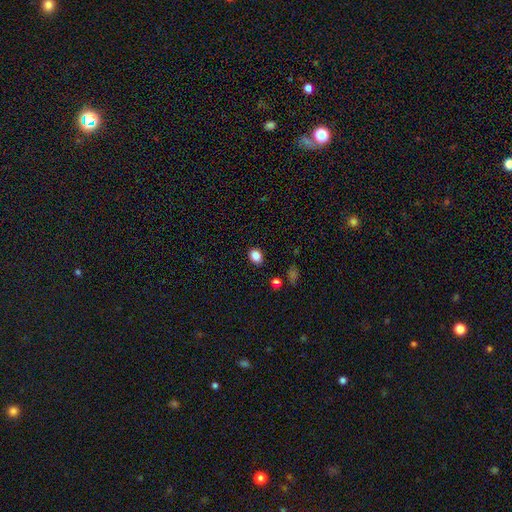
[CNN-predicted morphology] The model was most divided on "how rounded": round: 51%, in between: 48%, cigar-shaped: 1%. More confident: merging — none (87%); smooth or featured — smooth (85%).